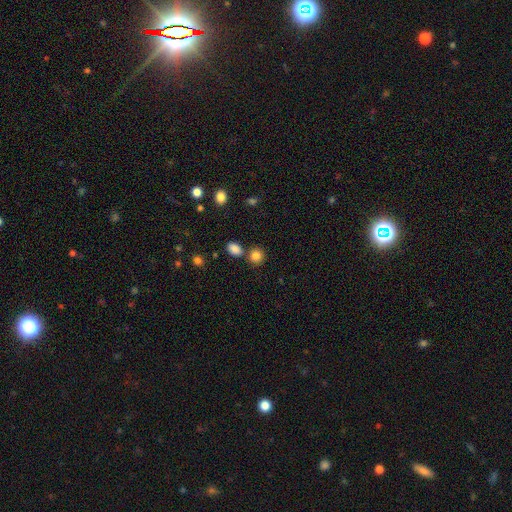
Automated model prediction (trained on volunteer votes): This is clearly a smooth galaxy (84%). How rounded: likely round (79%). Merging: likely none (70%).